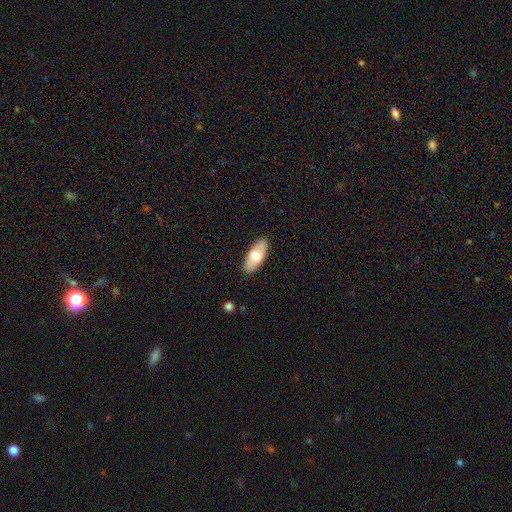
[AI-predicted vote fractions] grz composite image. It shows a smooth galaxy with no disk features (66%) that is in between round and cigar-shaped (87%). Merging: none (89%).